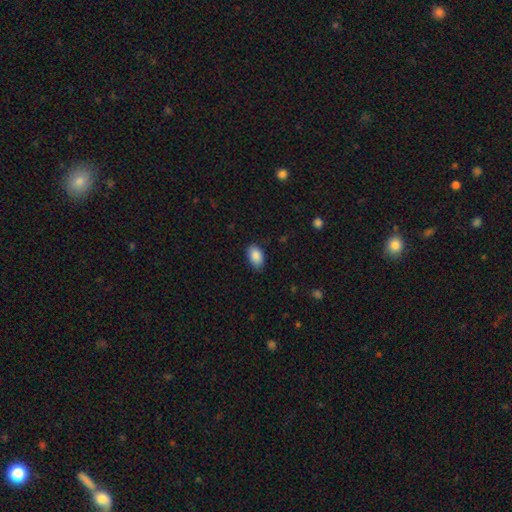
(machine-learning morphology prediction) This appears to be a smooth galaxy with no disk features (89%) that is in between round and cigar-shaped (91%). Merging: none (82%).